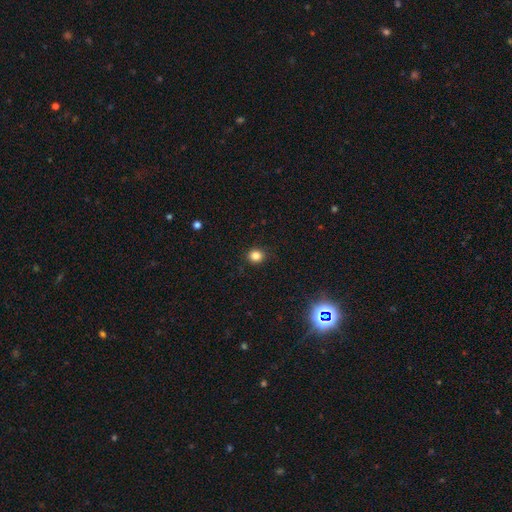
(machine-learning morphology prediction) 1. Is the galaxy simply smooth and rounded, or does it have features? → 84% smooth, 12% star or artifact, 4% featured or disk.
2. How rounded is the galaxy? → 83% round, 16% in between, 1% cigar-shaped.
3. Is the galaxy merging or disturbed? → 90% none, 7% minor disturbance, 2% major disturbance, 1% merger.